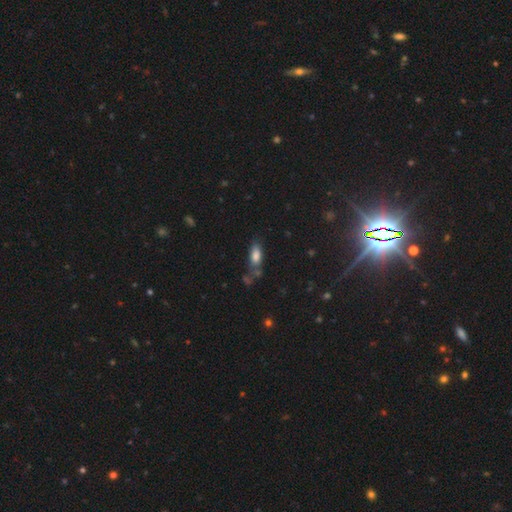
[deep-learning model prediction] This appears to be a smooth galaxy with no disk features (78%) that is in between round and cigar-shaped (78%). Merging: none (48%).